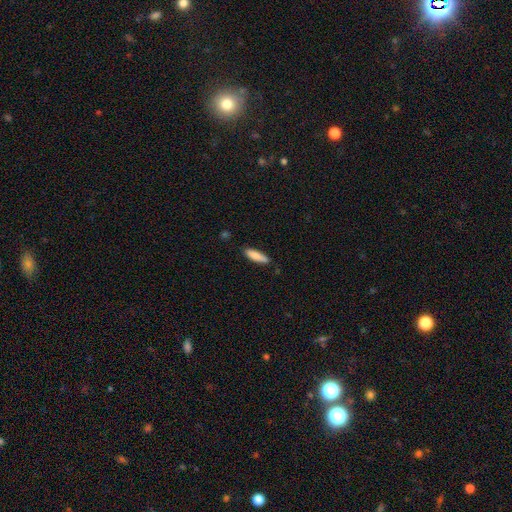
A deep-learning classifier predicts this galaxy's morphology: Q: Smooth or featured?
A: smooth (87%); runner-up: featured or disk (8%)
Q: How rounded?
A: cigar-shaped (63%); runner-up: in between (36%)
Q: Merging?
A: none (83%); runner-up: minor disturbance (13%)